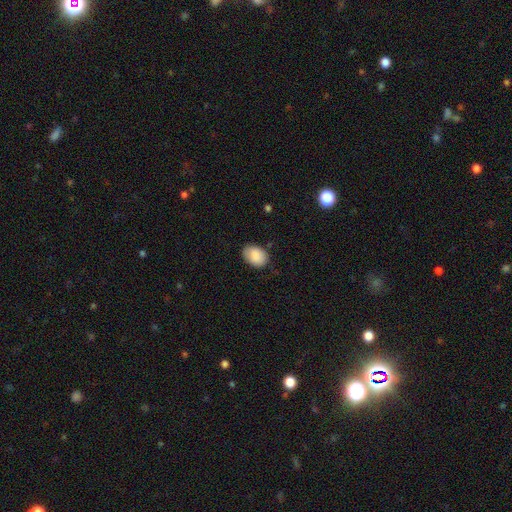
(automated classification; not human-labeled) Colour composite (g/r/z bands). It shows a smooth galaxy with no disk features (88%) that is in between round and cigar-shaped (78%). Merging: none (75%).